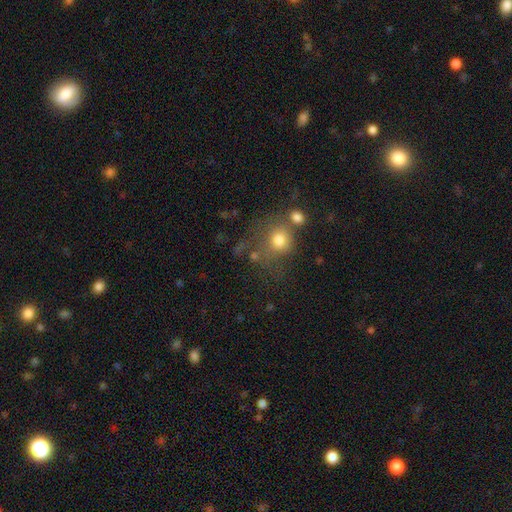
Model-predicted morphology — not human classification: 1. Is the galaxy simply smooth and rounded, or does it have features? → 69% smooth, 19% star or artifact, 13% featured or disk.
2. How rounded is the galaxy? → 81% round, 18% in between, 1% cigar-shaped.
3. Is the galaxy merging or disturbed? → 55% none, 19% merger, 16% minor disturbance, 11% major disturbance.